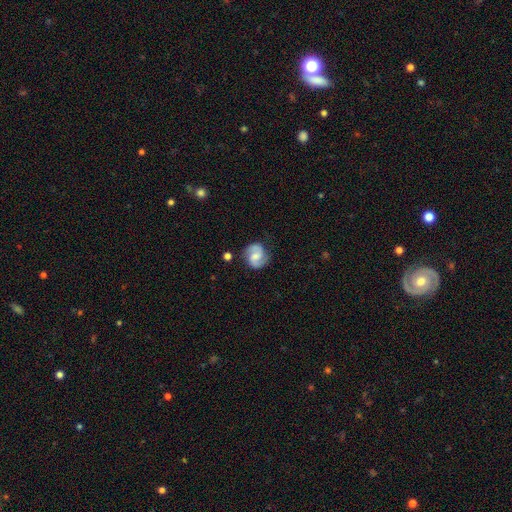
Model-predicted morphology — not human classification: Smooth or featured? featured or disk (74%)
Edge-on disk? no (98%)
Bar? weak (46%)
Spiral arms? yes (95%)
Spiral winding? medium (51%)
Spiral arm count? 2 (91%)
Bulge size? moderate (47%)
Merging? none (80%)